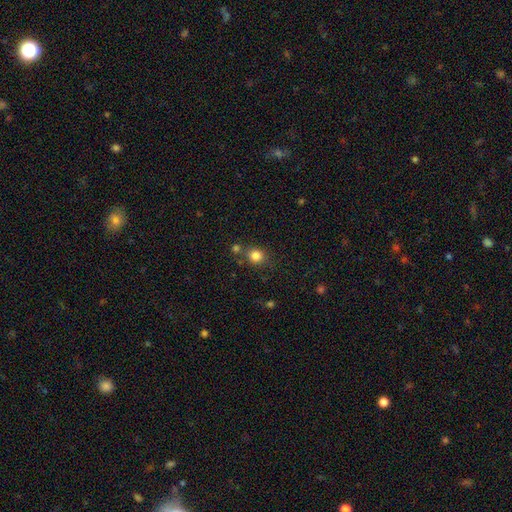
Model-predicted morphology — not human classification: smooth-or-featured: smooth: 82% | star or artifact: 12% | featured or disk: 5%
  how-rounded: round: 81% | in between: 18% | cigar-shaped: 1%
  merging: none: 72% | merger: 13% | minor disturbance: 11% | major disturbance: 4%